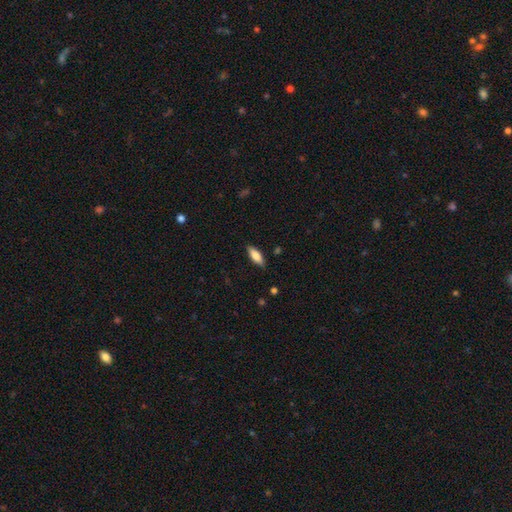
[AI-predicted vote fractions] A smooth galaxy with no disk features (77%) that is in between round and cigar-shaped (64%). Merging: none (85%).